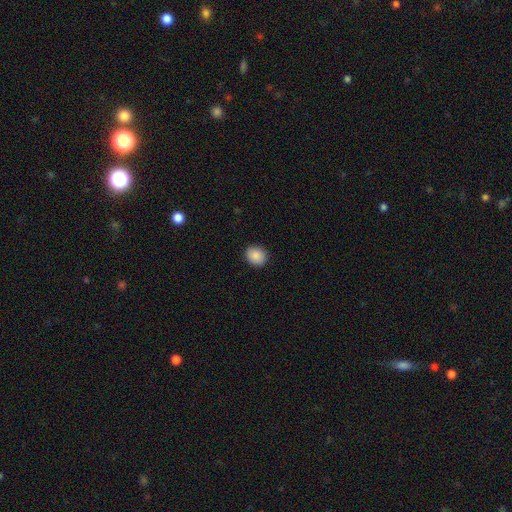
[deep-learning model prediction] This is clearly a smooth galaxy (88%). How rounded: likely round (67%). Merging: clearly none (90%).